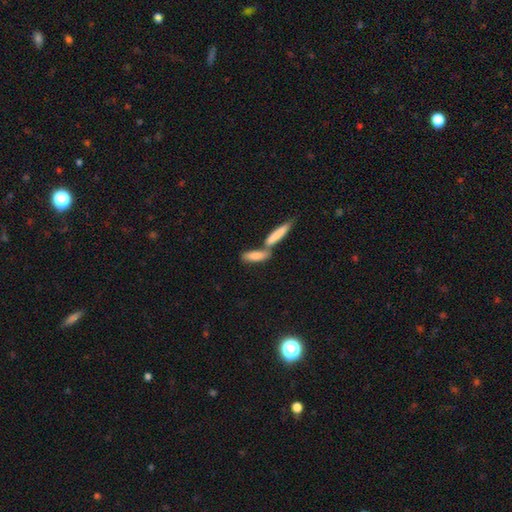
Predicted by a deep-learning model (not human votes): Q: Smooth or featured?
A: smooth (77%); runner-up: featured or disk (16%)
Q: How rounded?
A: cigar-shaped (62%); runner-up: in between (35%)
Q: Merging?
A: merger (48%); runner-up: none (40%)